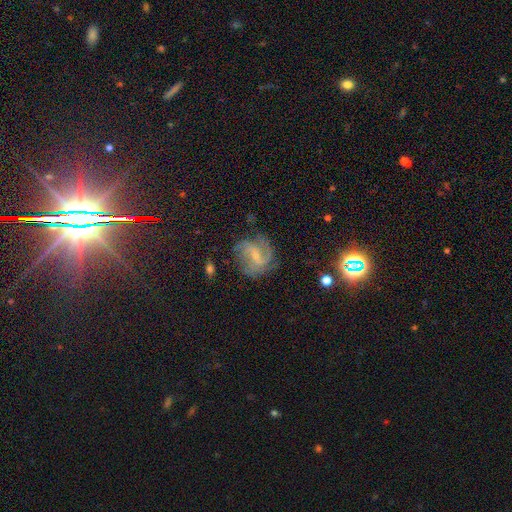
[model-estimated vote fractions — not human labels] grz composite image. It shows a featured or disk galaxy (78%) with a weak bar (52%), 2 (41%) medium (48%) spiral arms (93%) and a small central bulge (71%). Merging: none (63%).